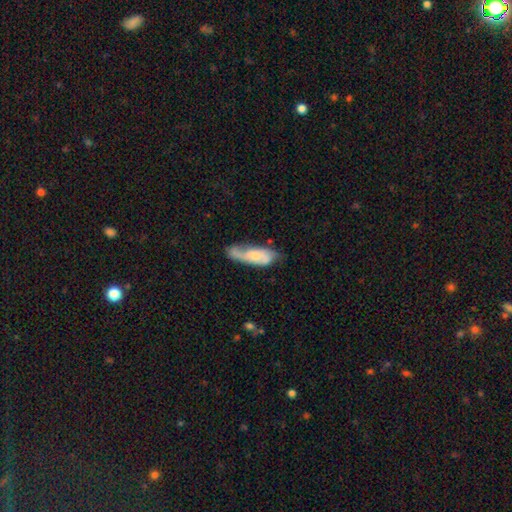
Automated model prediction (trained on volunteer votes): Smooth or featured? smooth (47%, tied with featured or disk)
Merging? none (44%)